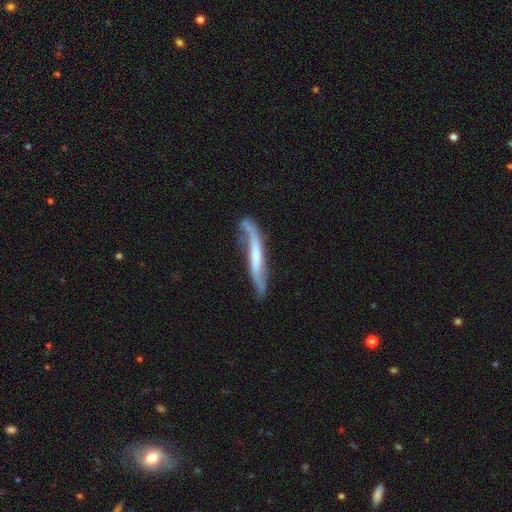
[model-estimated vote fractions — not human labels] featured or disk 70%, smooth 25%, star or artifact 6%. Down the decision tree: edge-on disk — yes (54%); merging — none (54%).